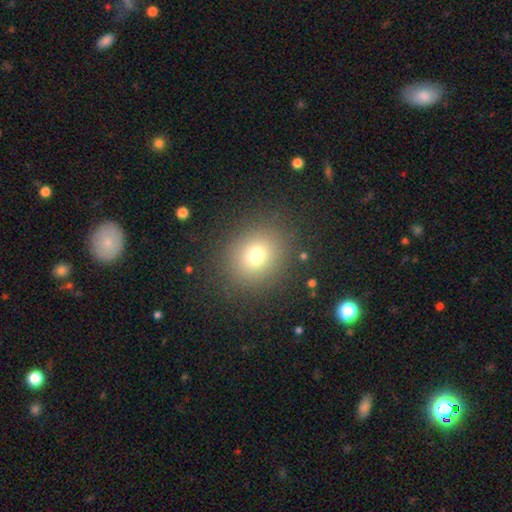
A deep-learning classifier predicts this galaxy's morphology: smooth_or_featured: smooth (p=0.72) [alt: star or artifact p=0.17]
how_rounded: round (p=0.78) [alt: in between p=0.21]
merging: none (p=0.86) [alt: minor disturbance p=0.08]